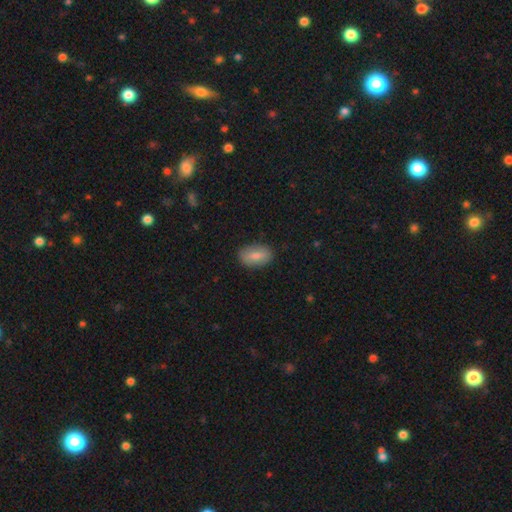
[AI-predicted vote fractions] smooth_or_featured: smooth (p=0.76) [alt: featured or disk p=0.17]
how_rounded: in between (p=0.90) [alt: round p=0.07]
merging: none (p=0.84) [alt: minor disturbance p=0.12]